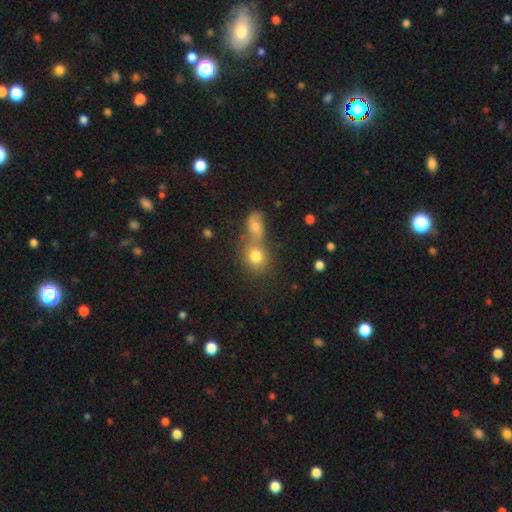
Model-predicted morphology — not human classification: This is likely a smooth galaxy (78%). How rounded: likely round (64%). Merging: possibly merger (52%).